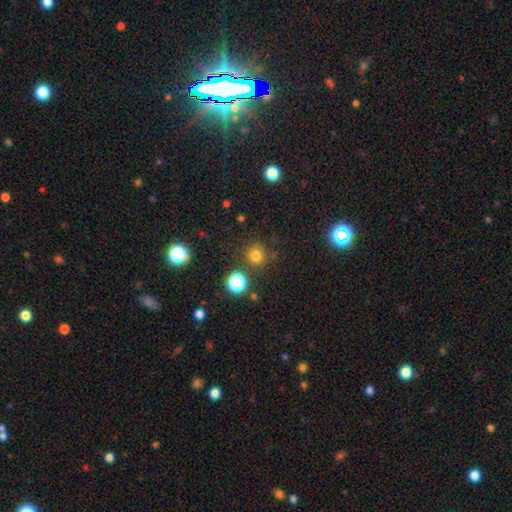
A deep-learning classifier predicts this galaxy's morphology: This is likely a smooth galaxy (74%). How rounded: clearly round (92%). Merging: clearly none (83%).